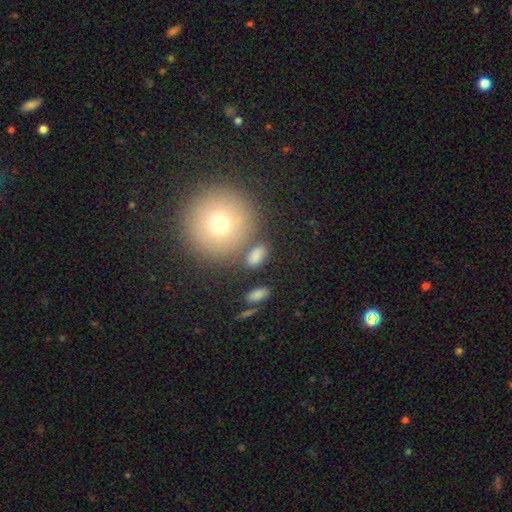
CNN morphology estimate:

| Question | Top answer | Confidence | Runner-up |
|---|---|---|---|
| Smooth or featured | smooth | 79% | star or artifact (12%) |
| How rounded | in between | 80% | round (15%) |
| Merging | none | 73% | minor disturbance (13%) |